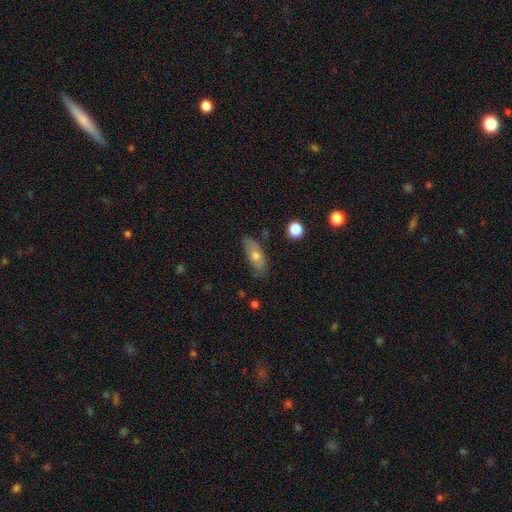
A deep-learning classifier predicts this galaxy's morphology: A smooth galaxy with no disk features (62%) that is in between round and cigar-shaped (77%). Merging: none (72%).